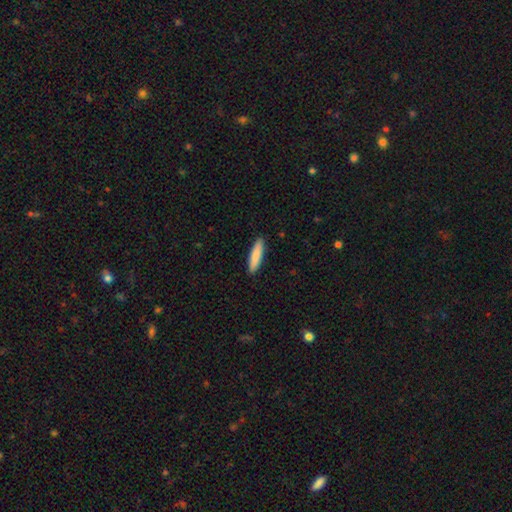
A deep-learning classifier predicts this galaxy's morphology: Smooth or featured? smooth (86%)
How rounded? cigar-shaped (79%)
Merging? none (91%)